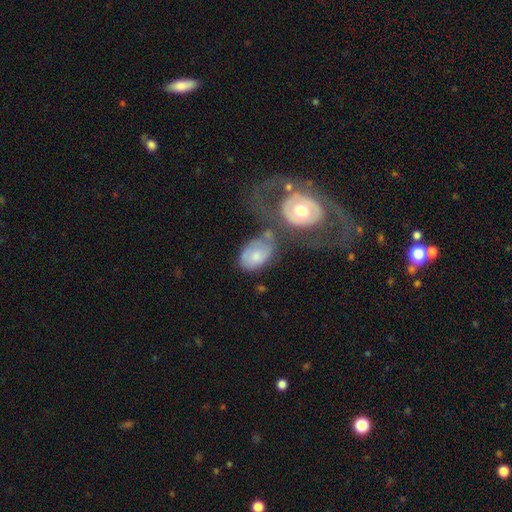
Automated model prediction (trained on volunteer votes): Smooth or featured? Predicted: smooth (p=0.54). How rounded? Predicted: in between (p=0.86). Merging? Predicted: merger (p=0.34).